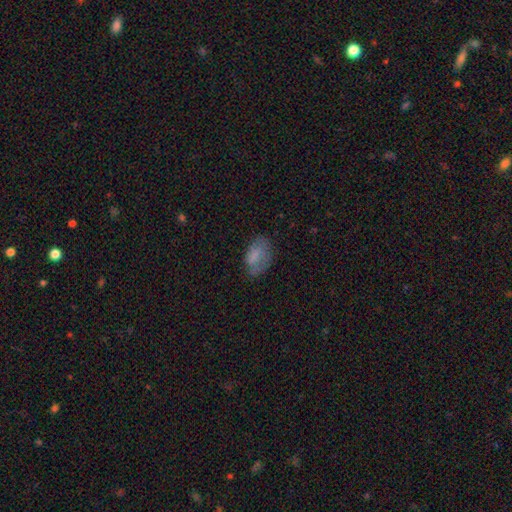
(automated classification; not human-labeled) Overall: smooth (73%). How rounded: in between (91%). Merging: none (57%; minor disturbance 28%).